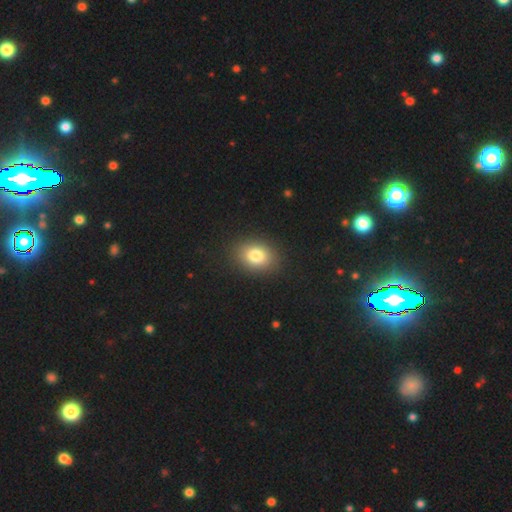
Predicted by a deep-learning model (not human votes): The model was most divided on "how rounded": in between: 63%, round: 36%, cigar-shaped: 1%. More confident: merging — none (89%); smooth or featured — smooth (81%).